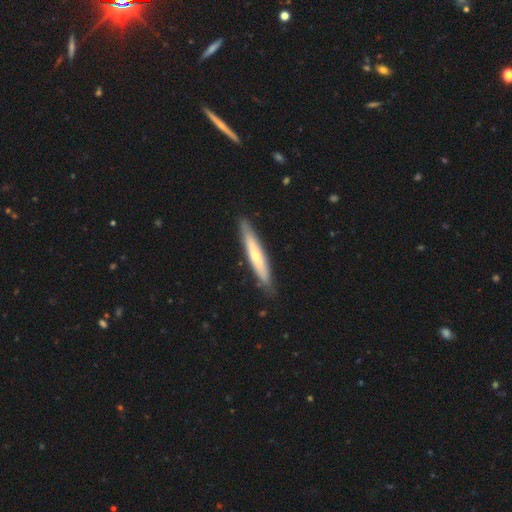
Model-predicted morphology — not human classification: Smooth or featured?
  - featured or disk: 50% *
  - smooth: 43%
  - star or artifact: 7%
Merging?
  - none: 88% *
  - minor disturbance: 10%
  - major disturbance: 2%
  - merger: 1%